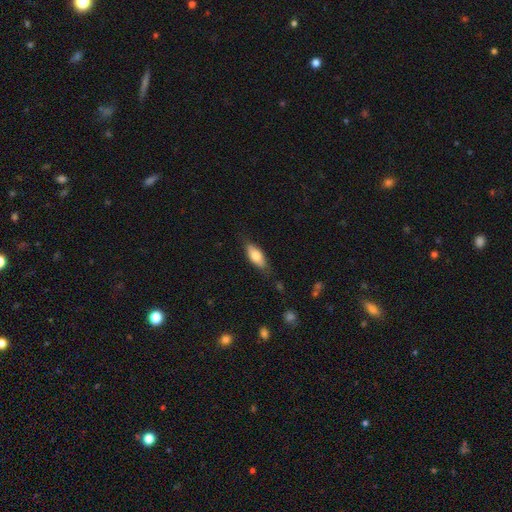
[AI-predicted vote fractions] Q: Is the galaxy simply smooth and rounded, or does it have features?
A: smooth — 74%.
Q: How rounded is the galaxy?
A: in between — 80%.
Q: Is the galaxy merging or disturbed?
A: none — 75%.